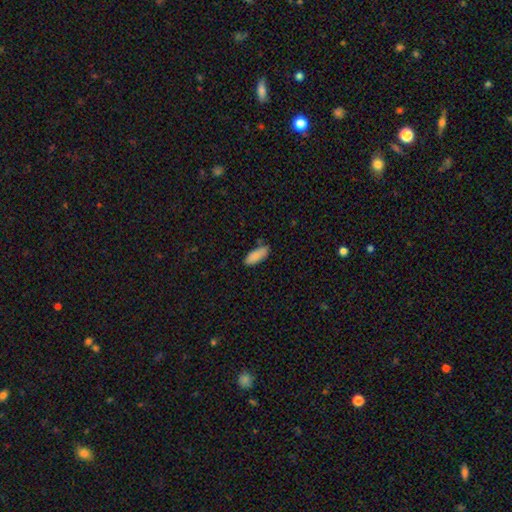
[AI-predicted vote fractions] Morphology: type=smooth (88%); roundness=in between (77%); merging=none (76%).